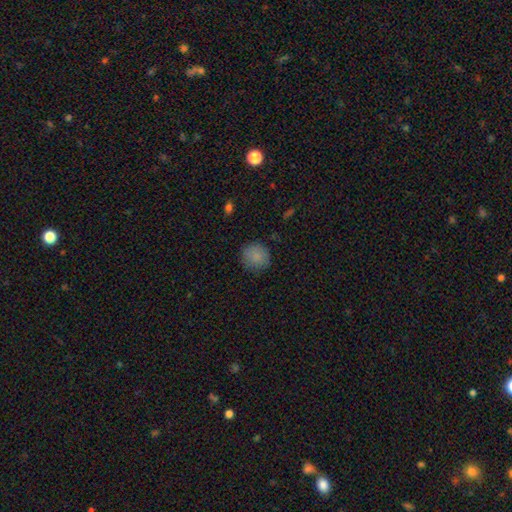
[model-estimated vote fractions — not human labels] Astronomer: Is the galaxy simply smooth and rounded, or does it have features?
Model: smooth — 86%.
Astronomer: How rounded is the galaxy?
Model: round — 92%.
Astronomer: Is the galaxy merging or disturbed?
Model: none — 86%.